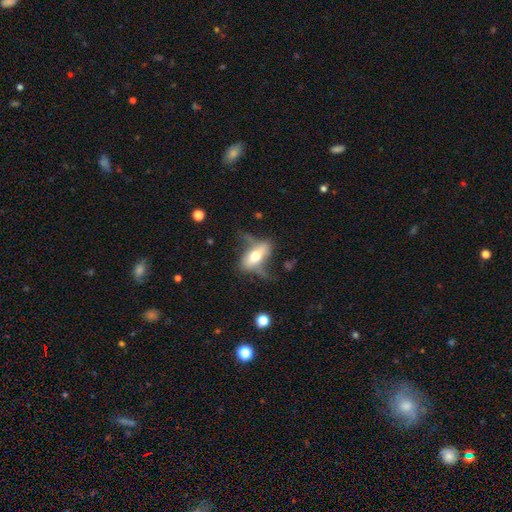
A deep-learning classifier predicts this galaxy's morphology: featured or disk 57%, smooth 36%, star or artifact 7%. Down the decision tree: edge-on disk — no (66%); merging — none (45%).